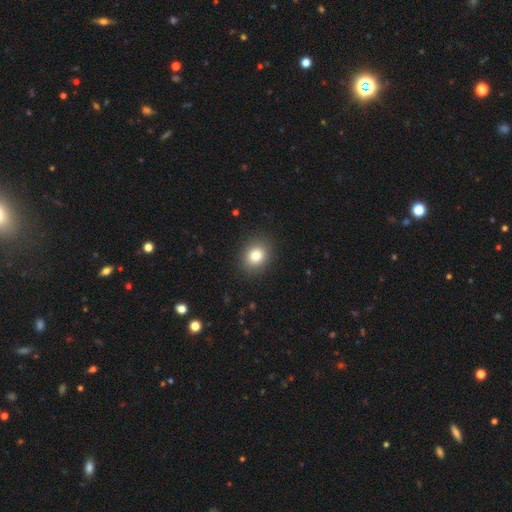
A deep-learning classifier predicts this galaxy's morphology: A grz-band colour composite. It shows a smooth galaxy with no disk features (83%) that is round (53%). Merging: none (88%).